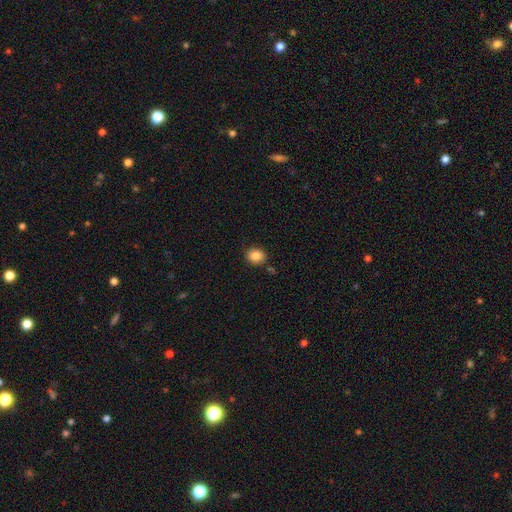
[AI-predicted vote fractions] Morphology: type=smooth (86%); roundness=round (66%); merging=none (83%).